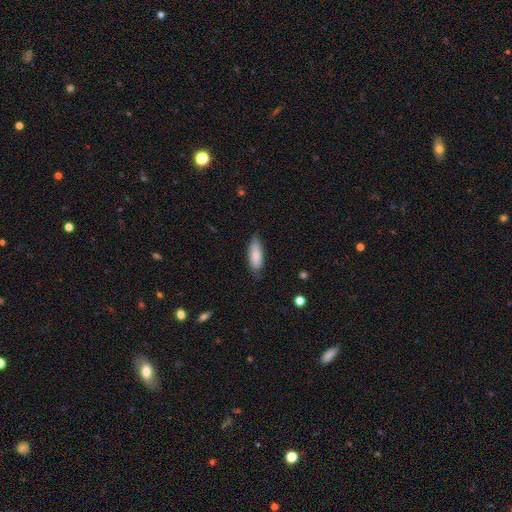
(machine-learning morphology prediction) A smooth galaxy with no disk features (79%) that is in between round and cigar-shaped (66%).

Vote fractions:
- Smooth or featured? smooth: 79% / featured or disk: 15% / star or artifact: 6%
- How rounded? in between: 66% / cigar-shaped: 32% / round: 2%
- Merging? none: 75% / minor disturbance: 20% / major disturbance: 3% / merger: 1%